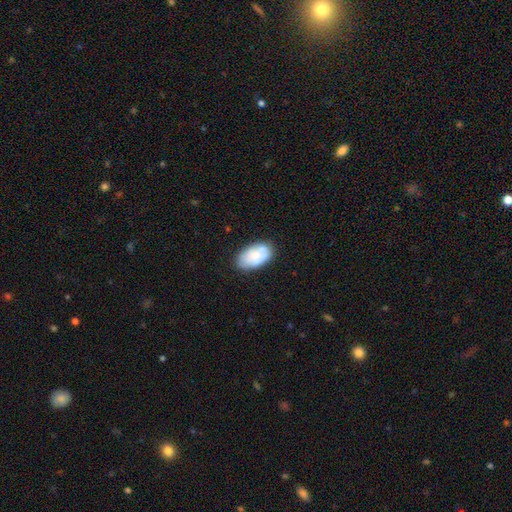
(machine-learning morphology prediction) Smooth or featured: smooth — 66% (featured or disk — 27%)
How rounded: in between — 94% (round — 5%)
Merging: none — 70% (minor disturbance — 20%)